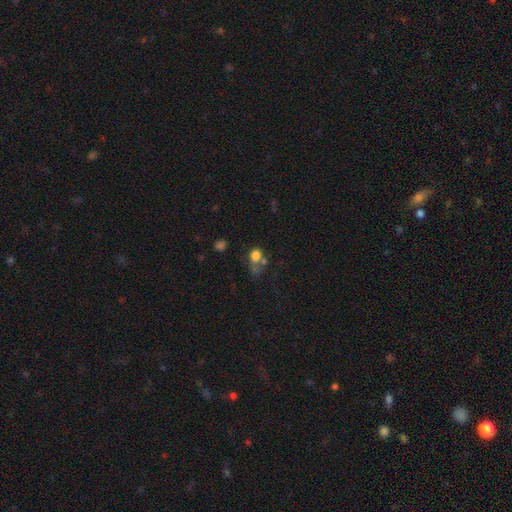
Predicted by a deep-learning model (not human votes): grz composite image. It shows a smooth galaxy with no disk features (71%) that is round (52%). Merging: none (31%).